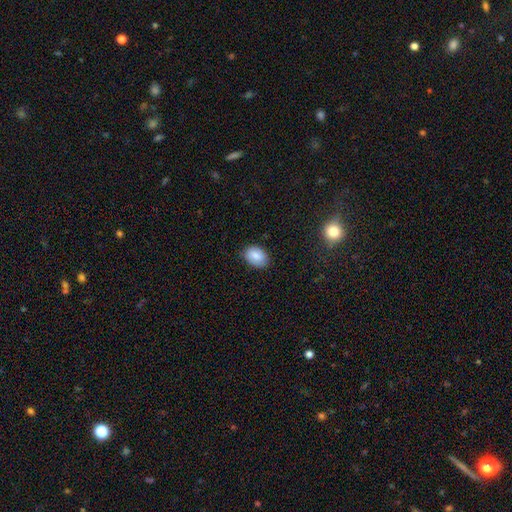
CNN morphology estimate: Smooth or featured: smooth — 81% (featured or disk — 11%)
How rounded: in between — 81% (round — 18%)
Merging: none — 82% (minor disturbance — 14%)